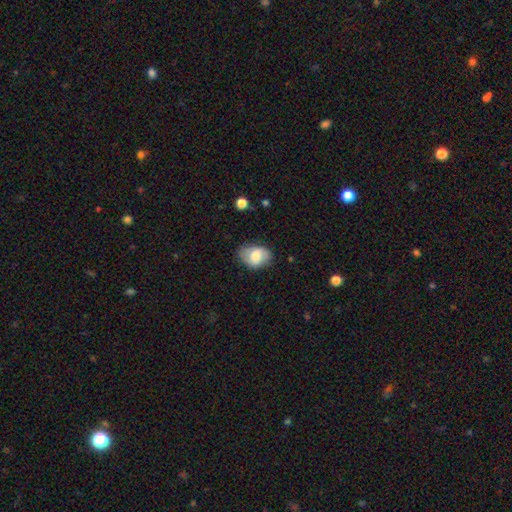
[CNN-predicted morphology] Overall: smooth (70%). How rounded: in between (77%). Merging: none (67%).